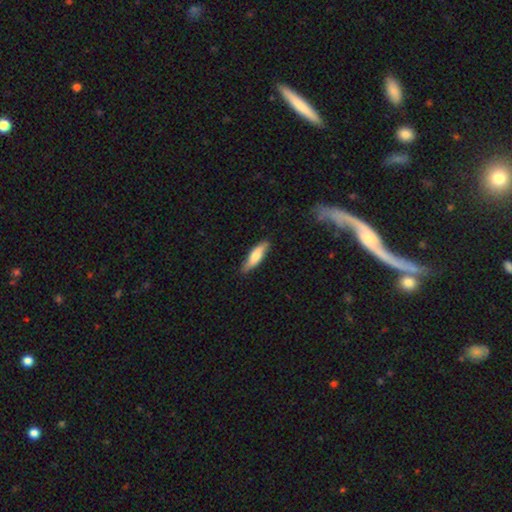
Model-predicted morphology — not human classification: Smooth or featured: smooth — 70% (featured or disk — 25%)
How rounded: cigar-shaped — 62% (in between — 36%)
Merging: none — 83% (minor disturbance — 14%)